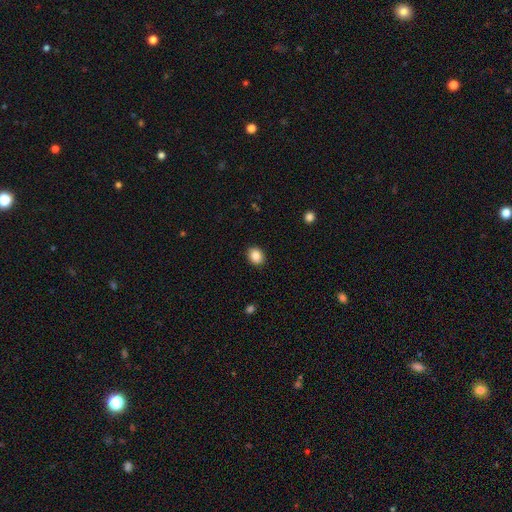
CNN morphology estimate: This appears to be a smooth galaxy with no disk features (87%) that is round (52%). Merging: none (89%).